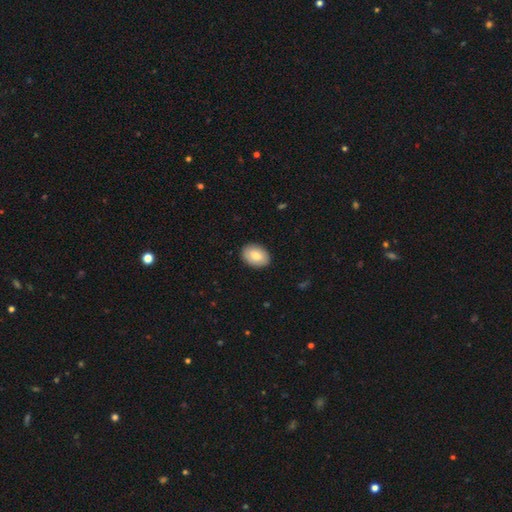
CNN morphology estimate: type=smooth (79%); roundness=in between (81%); merging=none (89%).